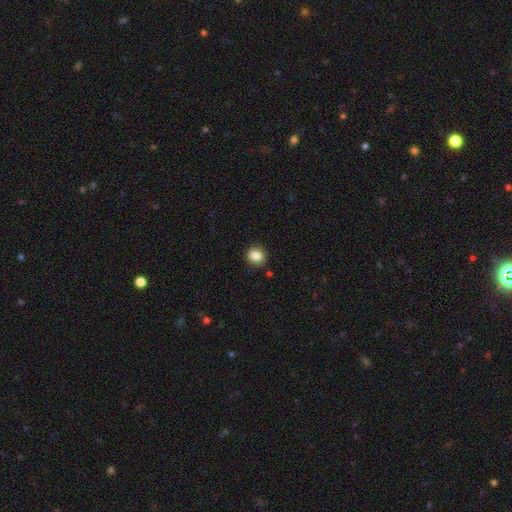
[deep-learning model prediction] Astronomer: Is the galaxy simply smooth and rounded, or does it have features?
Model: smooth — 83%.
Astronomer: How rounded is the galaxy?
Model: round — 71%.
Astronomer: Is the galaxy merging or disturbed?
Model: none — 89%.